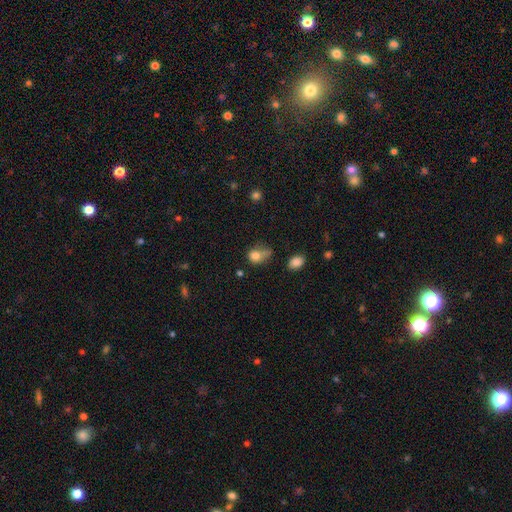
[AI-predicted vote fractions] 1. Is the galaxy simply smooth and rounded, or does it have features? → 77% smooth, 12% star or artifact, 11% featured or disk.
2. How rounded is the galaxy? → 57% round, 42% in between, 1% cigar-shaped.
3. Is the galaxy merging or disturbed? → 33% none, 30% minor disturbance, 22% major disturbance, 15% merger.